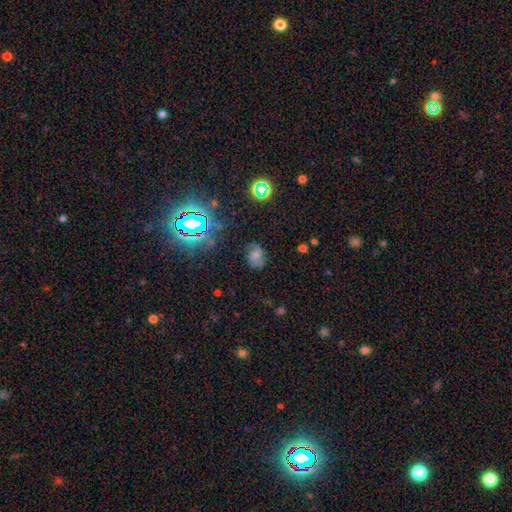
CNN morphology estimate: This appears to be a featured or disk galaxy (51%). Merging: none (69%).